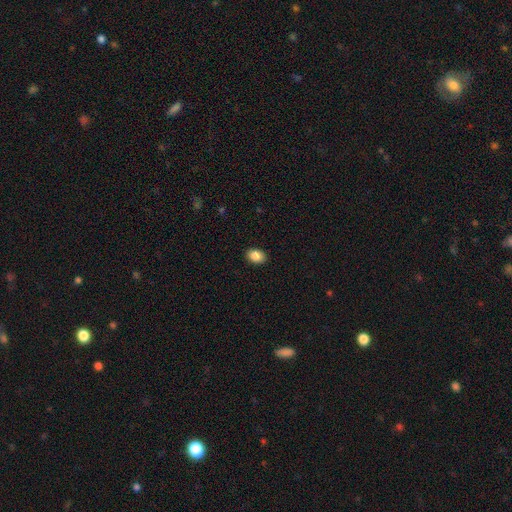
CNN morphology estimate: A smooth galaxy with no disk features (88%) that is in between round and cigar-shaped (79%). Merging: none (91%).